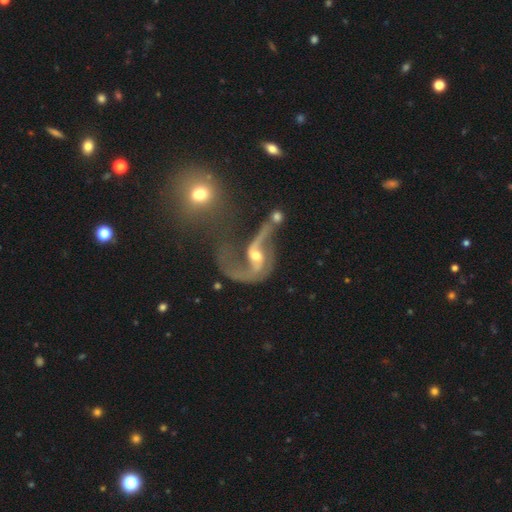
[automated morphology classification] Smooth or featured? Predicted: featured or disk (p=0.87). Edge-on disk? Predicted: no (p=0.96). Bar? Predicted: weak (p=0.41). Spiral arms? Predicted: yes (p=0.93). Spiral winding? Predicted: loose (p=0.77). Spiral arm count? Predicted: 2 (p=0.80). Bulge size? Predicted: moderate (p=0.57). Merging? Predicted: major disturbance (p=0.33).